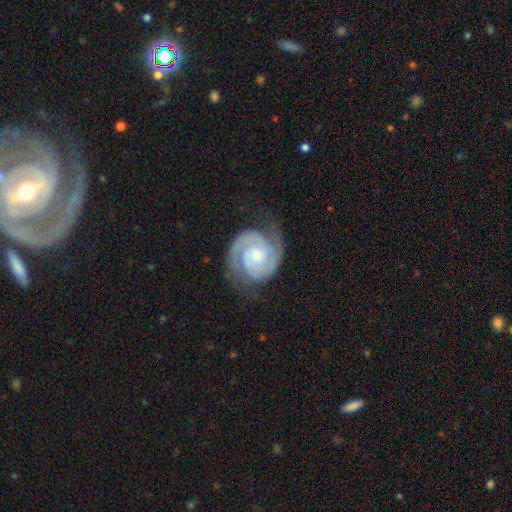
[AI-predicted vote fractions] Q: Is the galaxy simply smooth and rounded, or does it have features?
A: featured or disk — 91%.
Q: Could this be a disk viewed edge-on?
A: no — 98%.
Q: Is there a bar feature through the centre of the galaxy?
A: no — 66%.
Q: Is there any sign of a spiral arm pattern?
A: yes — 98%.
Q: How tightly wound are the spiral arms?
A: tight — 63%.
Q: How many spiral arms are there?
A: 2 — 91%.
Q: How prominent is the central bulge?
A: small — 51%.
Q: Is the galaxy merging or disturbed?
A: none — 75%.